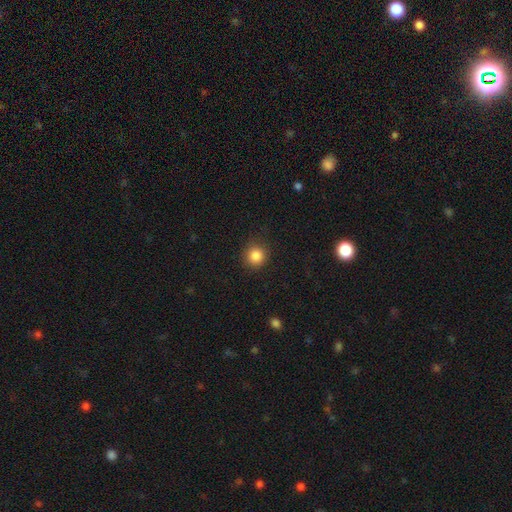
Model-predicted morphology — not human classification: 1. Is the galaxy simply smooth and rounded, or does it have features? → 86% smooth, 11% star or artifact, 4% featured or disk.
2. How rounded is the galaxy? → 91% round, 8% in between, 1% cigar-shaped.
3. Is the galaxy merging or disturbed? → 88% none, 8% minor disturbance, 3% major disturbance, 1% merger.